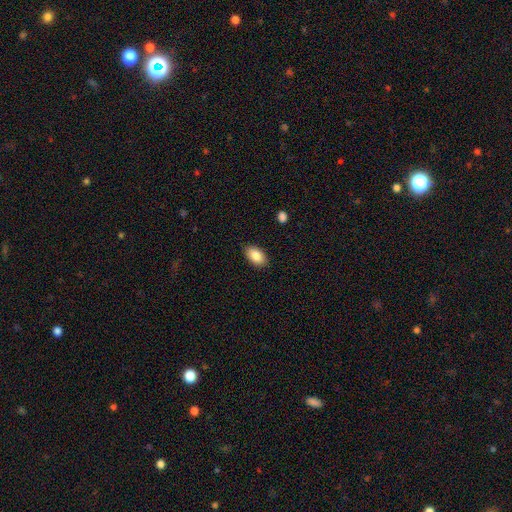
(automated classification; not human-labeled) Smooth or featured? smooth (87%)
How rounded? in between (93%)
Merging? none (87%)